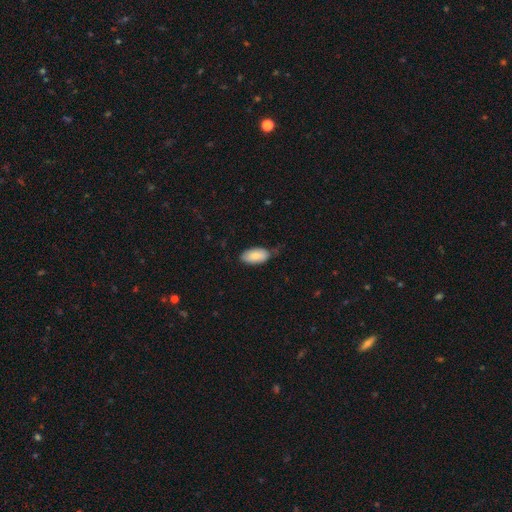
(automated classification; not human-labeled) Q: Smooth or featured?
A: smooth (80%); runner-up: featured or disk (14%)
Q: How rounded?
A: in between (94%); runner-up: cigar-shaped (4%)
Q: Merging?
A: none (63%); runner-up: minor disturbance (30%)